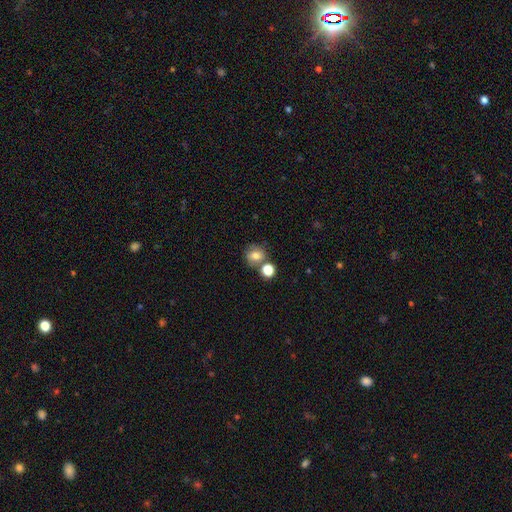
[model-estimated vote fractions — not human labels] A smooth galaxy with no disk features (74%) that is round (72%). Merging: none (57%).